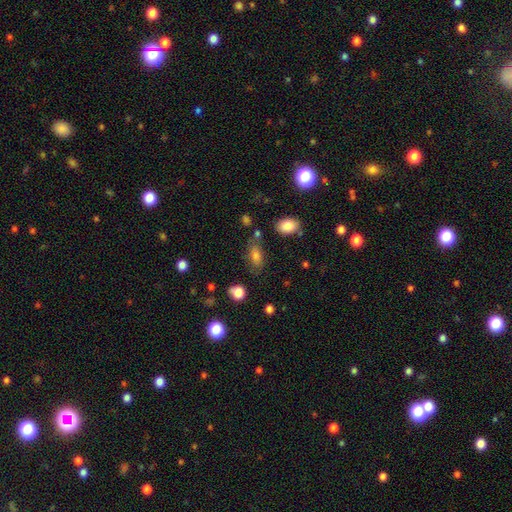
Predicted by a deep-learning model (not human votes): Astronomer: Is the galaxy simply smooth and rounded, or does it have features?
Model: smooth — 74%.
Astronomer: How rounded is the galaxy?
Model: in between — 85%.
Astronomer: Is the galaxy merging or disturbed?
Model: none — 68%.